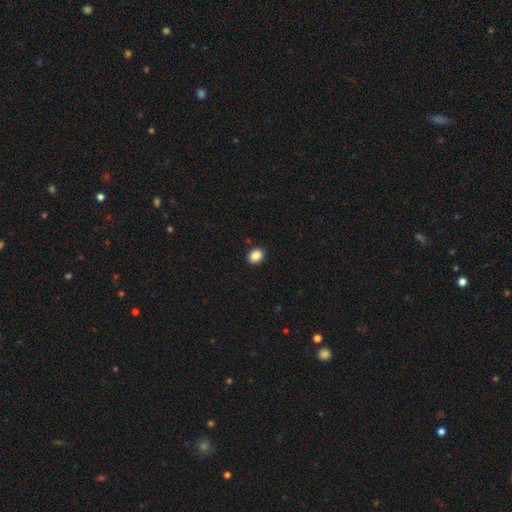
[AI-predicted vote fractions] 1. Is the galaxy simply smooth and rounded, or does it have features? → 88% smooth, 9% star or artifact, 3% featured or disk.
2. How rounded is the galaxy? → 51% round, 48% in between, 1% cigar-shaped.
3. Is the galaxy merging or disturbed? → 89% none, 8% minor disturbance, 2% major disturbance, 1% merger.